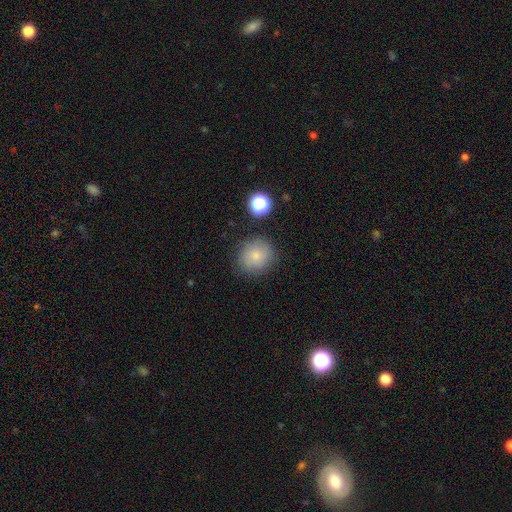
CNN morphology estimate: This is likely a smooth galaxy (77%). How rounded: clearly round (83%). Merging: clearly none (80%).